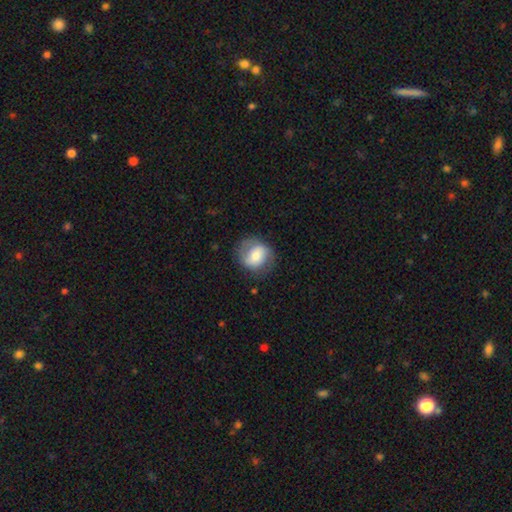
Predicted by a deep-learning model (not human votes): smooth_or_featured: smooth (p=0.52) [alt: featured or disk p=0.40]
how_rounded: round (p=0.72) [alt: in between p=0.27]
merging: none (p=0.73) [alt: minor disturbance p=0.17]